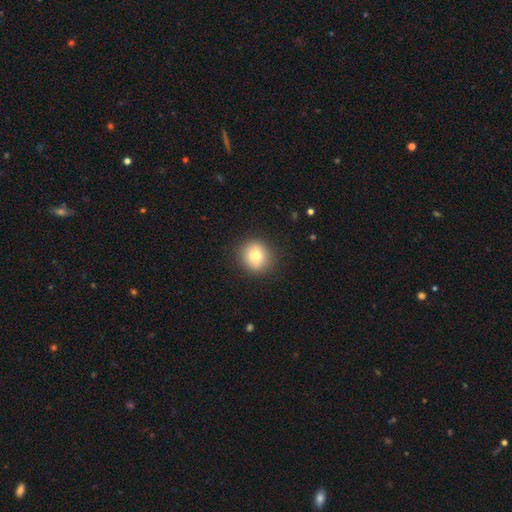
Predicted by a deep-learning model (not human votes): The model was most divided on "smooth or featured": smooth: 77%, featured or disk: 14%, star or artifact: 9%. More confident: merging — none (88%); how rounded — round (86%).